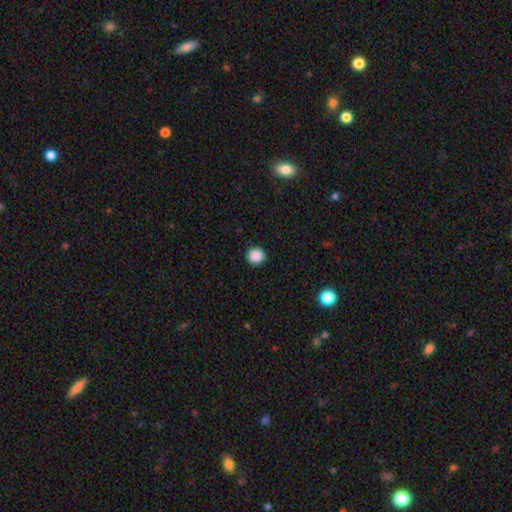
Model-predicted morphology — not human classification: A smooth galaxy with no disk features (89%) that is round (94%). Merging: none (93%).